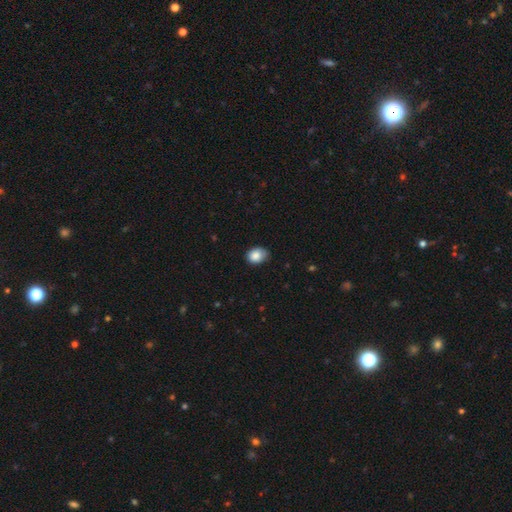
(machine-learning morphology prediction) This appears to be a smooth galaxy with no disk features (86%) that is in between round and cigar-shaped (66%). Merging: none (71%).